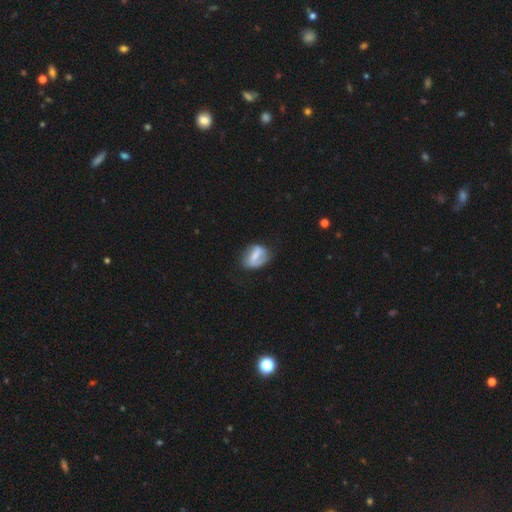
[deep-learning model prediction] A featured or disk galaxy (48%).

Vote fractions:
- Smooth or featured? featured or disk: 48% / smooth: 45% / star or artifact: 8%
- Merging? none: 61% / minor disturbance: 26% / major disturbance: 11% / merger: 2%